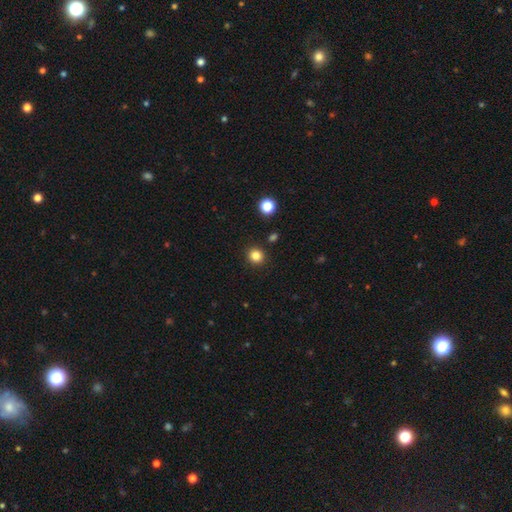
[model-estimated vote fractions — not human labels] Smooth or featured? smooth (83%)
How rounded? round (91%)
Merging? none (91%)